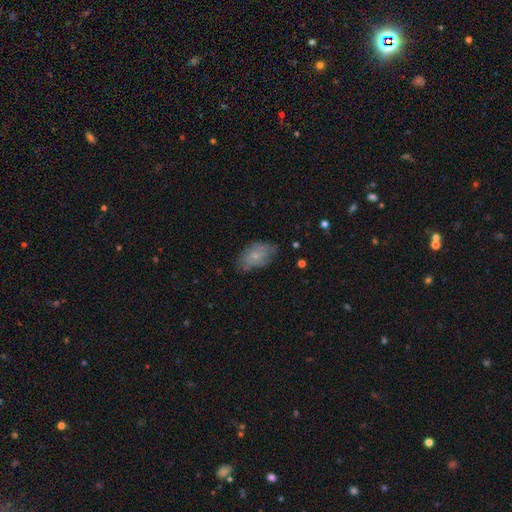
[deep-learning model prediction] Morphology: type=smooth (55%); roundness=in between (91%); merging=none (65%).